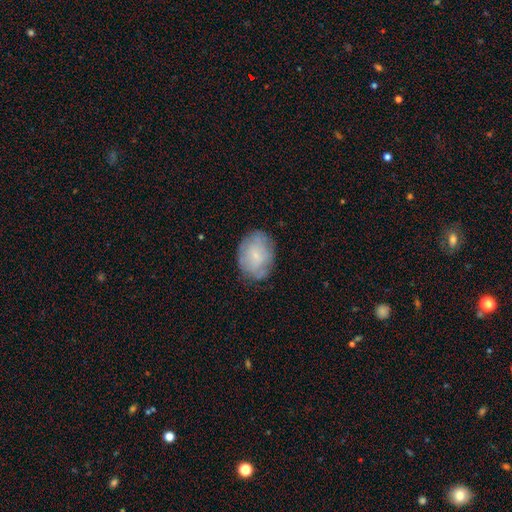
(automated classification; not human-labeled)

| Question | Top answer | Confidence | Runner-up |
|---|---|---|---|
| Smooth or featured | smooth | 59% | featured or disk (33%) |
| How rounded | in between | 74% | round (25%) |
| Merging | none | 73% | minor disturbance (20%) |